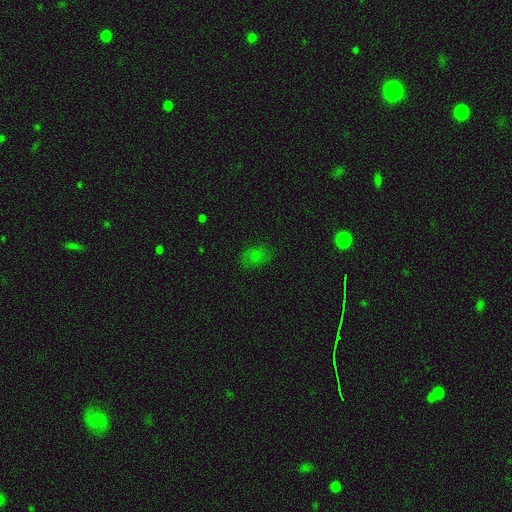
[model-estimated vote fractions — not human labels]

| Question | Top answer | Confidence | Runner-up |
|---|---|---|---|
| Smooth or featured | smooth | 57% | star or artifact (29%) |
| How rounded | in between | 62% | round (36%) |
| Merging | none | 75% | minor disturbance (17%) |